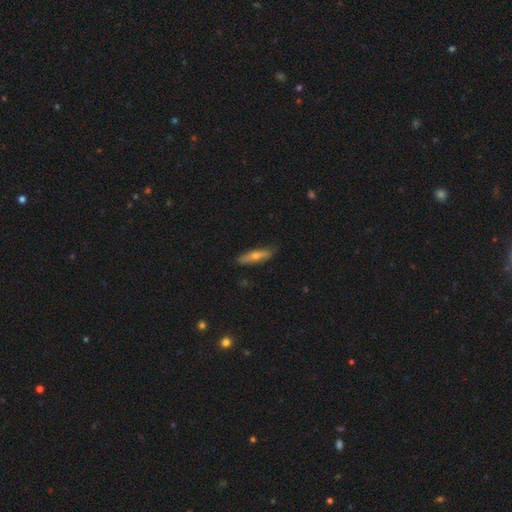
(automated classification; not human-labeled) smooth_or_featured: smooth (p=0.53) [alt: featured or disk p=0.40]
how_rounded: cigar-shaped (p=0.78) [alt: in between p=0.20]
merging: none (p=0.86) [alt: minor disturbance p=0.12]